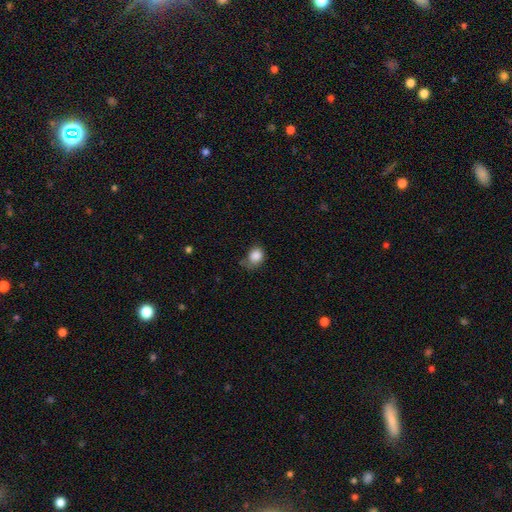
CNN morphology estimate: type=smooth (85%); roundness=round (54%); merging=none (54%).